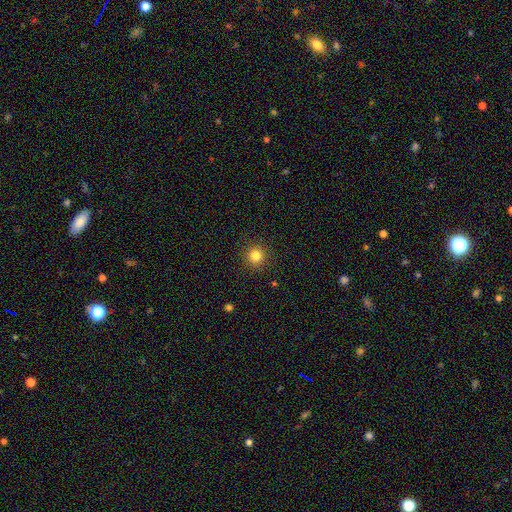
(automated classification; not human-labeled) Q: Smooth or featured?
A: smooth (83%); runner-up: star or artifact (13%)
Q: How rounded?
A: round (94%); runner-up: in between (5%)
Q: Merging?
A: none (91%); runner-up: minor disturbance (6%)